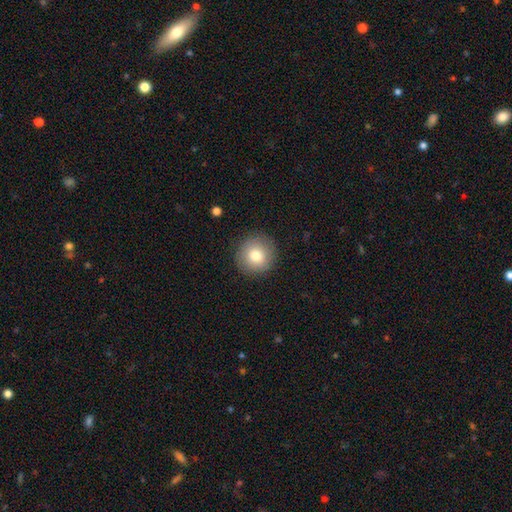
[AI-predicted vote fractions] Smooth or featured? smooth (79%)
How rounded? round (94%)
Merging? none (90%)